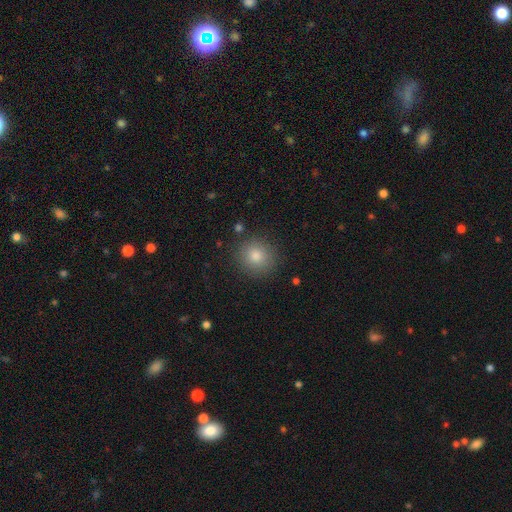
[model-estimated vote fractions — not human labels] smooth_or_featured: smooth (p=0.80) [alt: star or artifact p=0.12]
how_rounded: round (p=0.89) [alt: in between p=0.10]
merging: none (p=0.88) [alt: minor disturbance p=0.07]